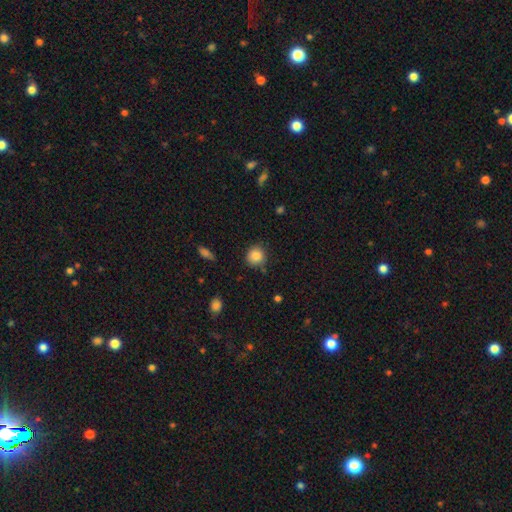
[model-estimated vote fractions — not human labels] Smooth or featured? smooth (85%)
How rounded? round (87%)
Merging? none (81%)